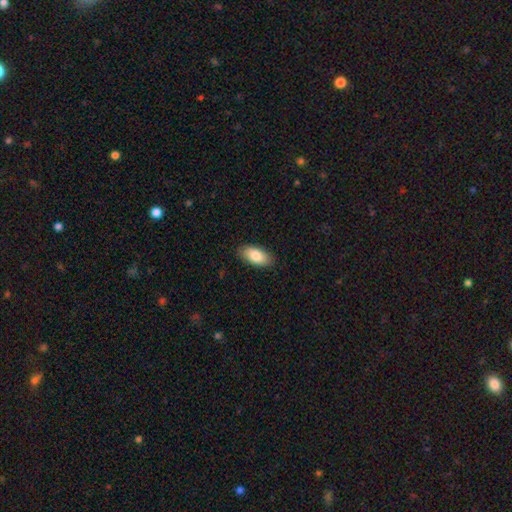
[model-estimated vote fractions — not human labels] smooth_or_featured: smooth (p=0.84) [alt: featured or disk p=0.10]
how_rounded: in between (p=0.92) [alt: cigar-shaped p=0.06]
merging: none (p=0.88) [alt: minor disturbance p=0.09]